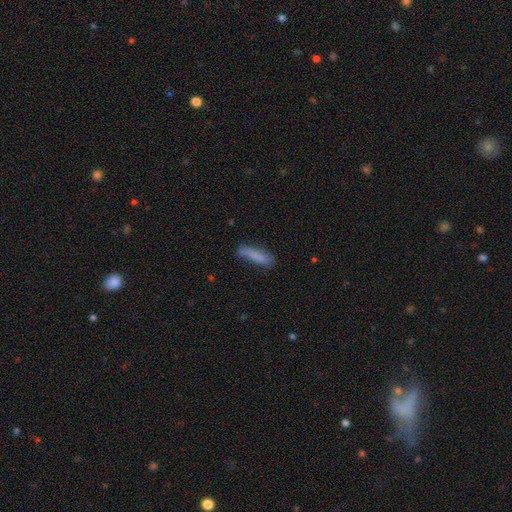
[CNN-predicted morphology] A smooth galaxy with no disk features (79%) that is cigar-shaped (80%). Merging: none (71%).